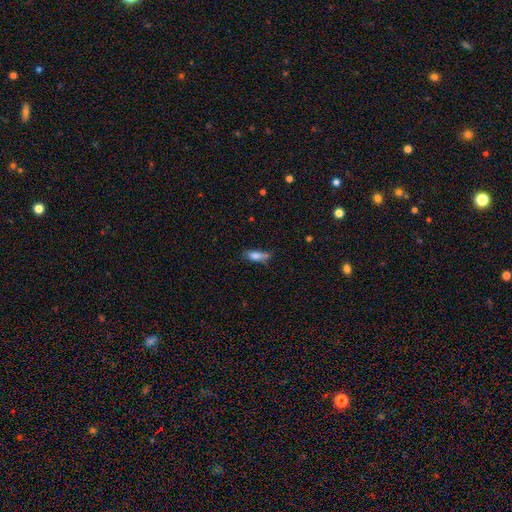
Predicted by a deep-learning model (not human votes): This appears to be a smooth galaxy with no disk features (76%) that is in between round and cigar-shaped (69%). Merging: none (43%).